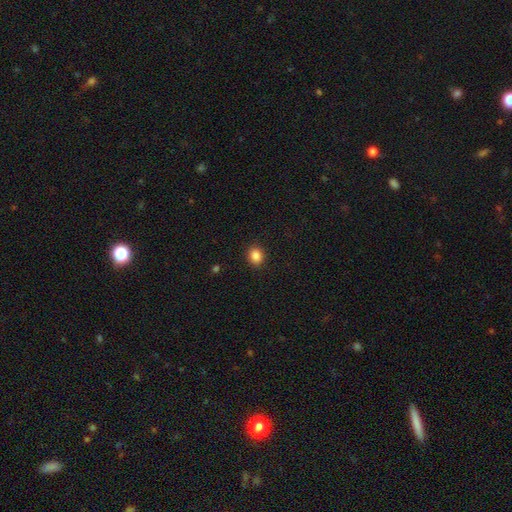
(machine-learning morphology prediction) A smooth galaxy with no disk features (86%) that is round (67%). Merging: none (91%).